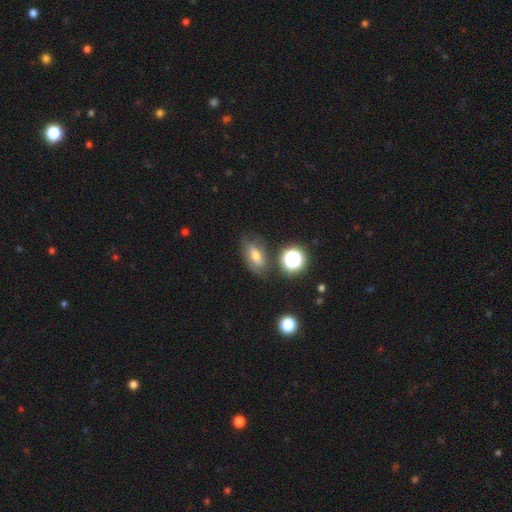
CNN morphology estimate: Overall: smooth (49%; featured or disk 33%). Merging: none (71%).